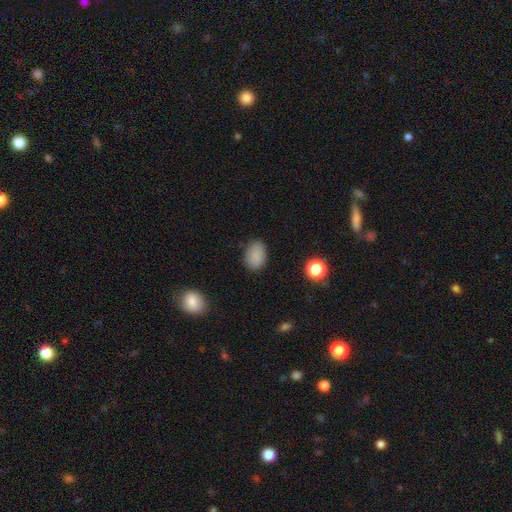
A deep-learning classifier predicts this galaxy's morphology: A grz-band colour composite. It shows a smooth galaxy with no disk features (85%) that is in between round and cigar-shaped (80%). Merging: none (81%).